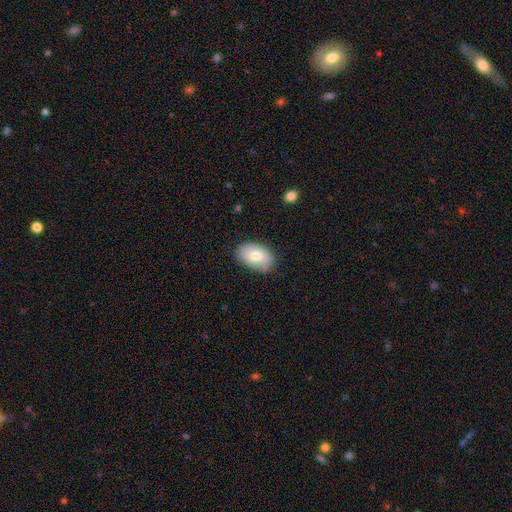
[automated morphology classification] The model was most divided on "smooth or featured": smooth: 75%, featured or disk: 18%, star or artifact: 7%. More confident: how rounded — in between (89%); merging — none (82%).